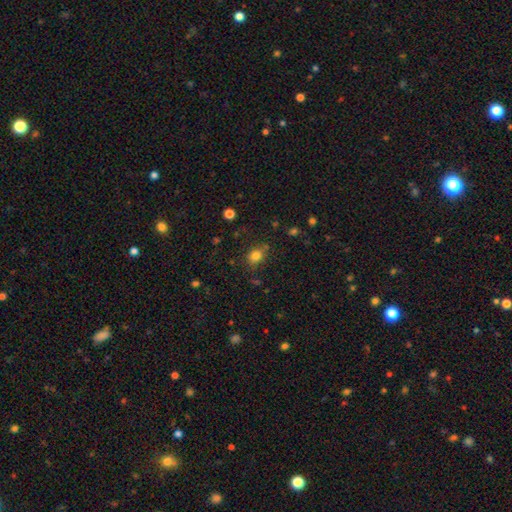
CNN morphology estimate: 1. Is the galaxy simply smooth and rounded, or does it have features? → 80% smooth, 14% star or artifact, 7% featured or disk.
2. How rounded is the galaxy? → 54% round, 45% in between, 1% cigar-shaped.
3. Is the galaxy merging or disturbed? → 77% none, 15% minor disturbance, 5% major disturbance, 4% merger.